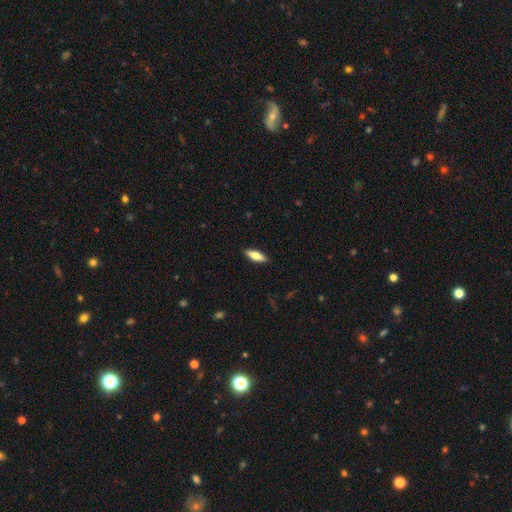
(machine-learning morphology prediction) A smooth galaxy with no disk features (76%) that is in between round and cigar-shaped (58%).

Vote fractions:
- Smooth or featured? smooth: 76% / featured or disk: 18% / star or artifact: 6%
- How rounded? in between: 58% / cigar-shaped: 40% / round: 2%
- Merging? none: 89% / minor disturbance: 8% / major disturbance: 2% / merger: 1%